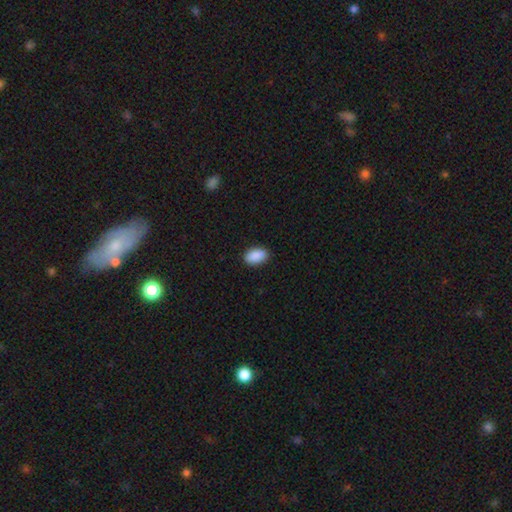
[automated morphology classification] Smooth or featured? Predicted: smooth (p=0.91). How rounded? Predicted: in between (p=0.93). Merging? Predicted: none (p=0.89).